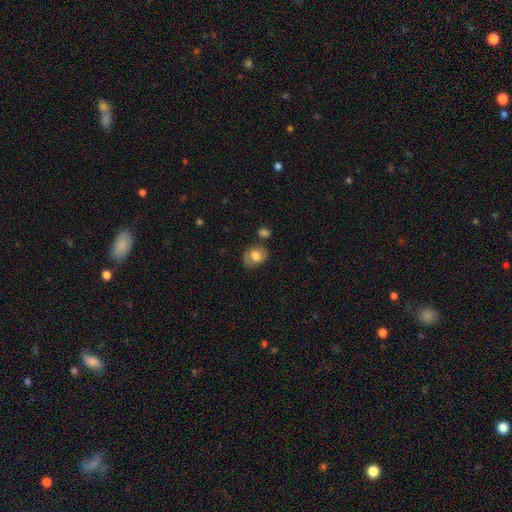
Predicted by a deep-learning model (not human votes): Overall: smooth (71%). How rounded: in between (59%; round 40%). Merging: none (64%).